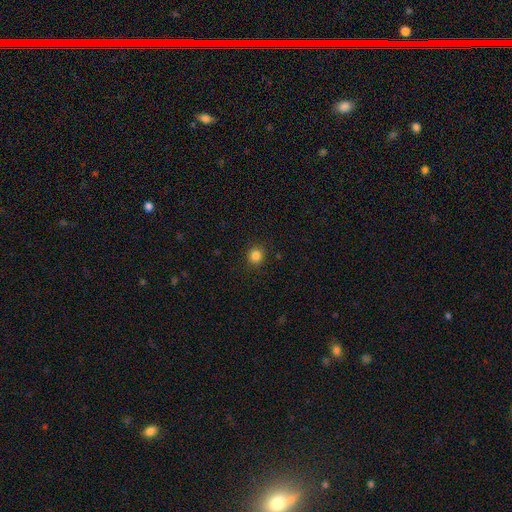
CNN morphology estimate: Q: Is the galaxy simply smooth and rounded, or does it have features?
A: smooth — 84%.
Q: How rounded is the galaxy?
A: round — 90%.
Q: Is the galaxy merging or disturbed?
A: none — 91%.